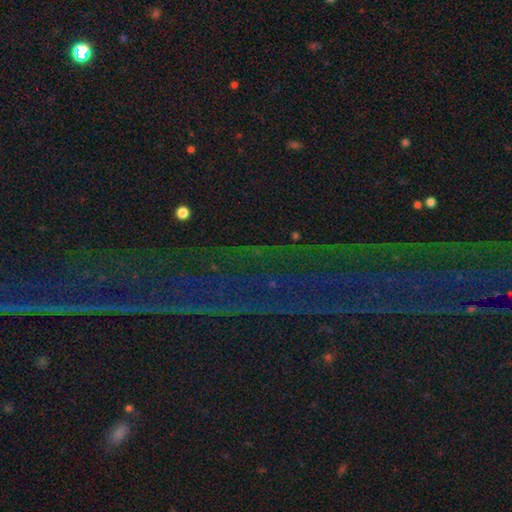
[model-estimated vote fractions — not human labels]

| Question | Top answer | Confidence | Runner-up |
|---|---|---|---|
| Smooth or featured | star or artifact | 83% | featured or disk (9%) |